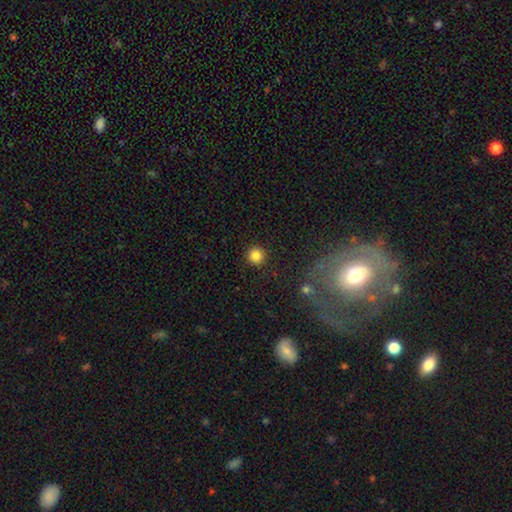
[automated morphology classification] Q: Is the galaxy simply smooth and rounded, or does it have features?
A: smooth — 85%.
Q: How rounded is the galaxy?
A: round — 95%.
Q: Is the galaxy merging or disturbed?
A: none — 92%.